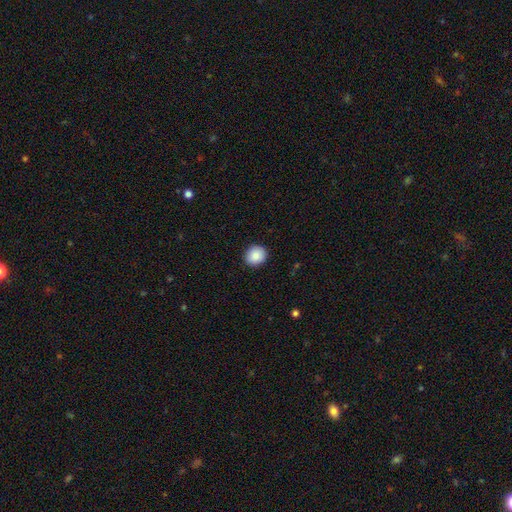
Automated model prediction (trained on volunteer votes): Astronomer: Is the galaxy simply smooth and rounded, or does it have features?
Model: smooth — 88%.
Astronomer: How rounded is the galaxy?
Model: round — 81%.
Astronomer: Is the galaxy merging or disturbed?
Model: none — 91%.